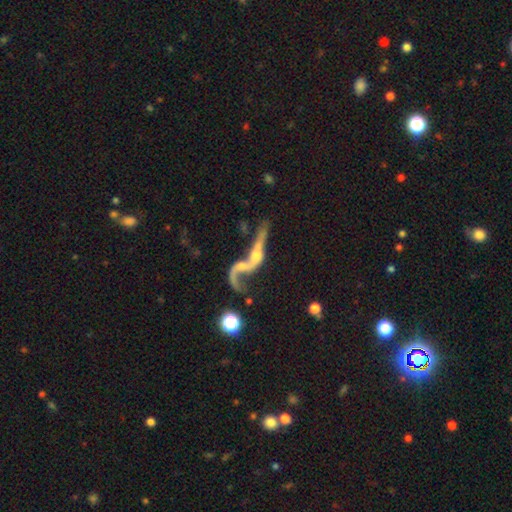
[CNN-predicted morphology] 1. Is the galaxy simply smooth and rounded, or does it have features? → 74% featured or disk, 15% smooth, 11% star or artifact.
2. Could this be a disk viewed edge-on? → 71% no, 29% yes.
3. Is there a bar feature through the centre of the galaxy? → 64% no, 26% weak, 10% strong.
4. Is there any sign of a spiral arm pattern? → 70% yes, 30% no.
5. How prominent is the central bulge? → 39% small, 33% moderate, 20% none, 5% large, 2% dominant.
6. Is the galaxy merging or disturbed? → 45% merger, 22% major disturbance, 22% none, 10% minor disturbance.